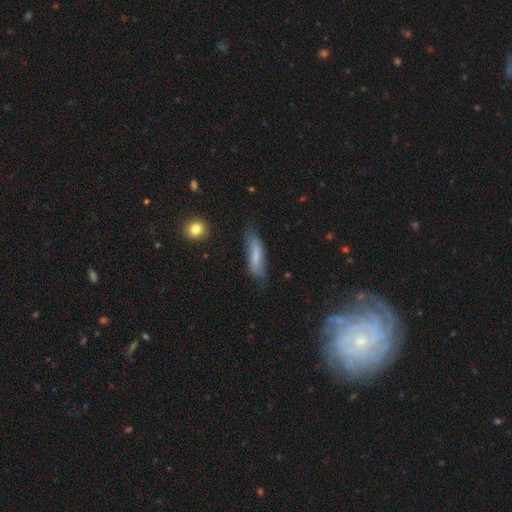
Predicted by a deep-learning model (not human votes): The model was most divided on "merging": none: 59%, minor disturbance: 29%, major disturbance: 10%, merger: 3%. More confident: how rounded — cigar-shaped (67%); smooth or featured — smooth (63%).